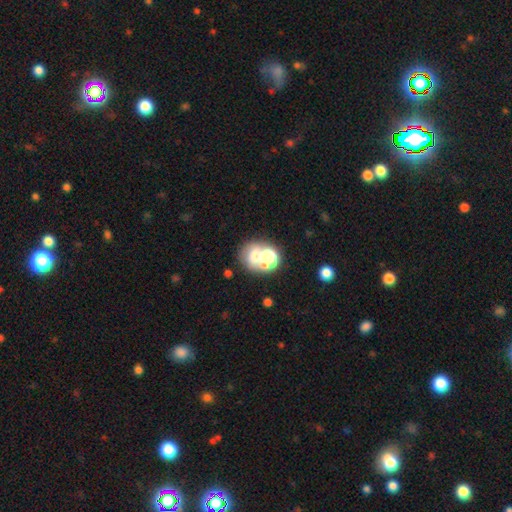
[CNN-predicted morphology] A smooth galaxy with no disk features (57%) that is round (66%). Merging: merger (47%).